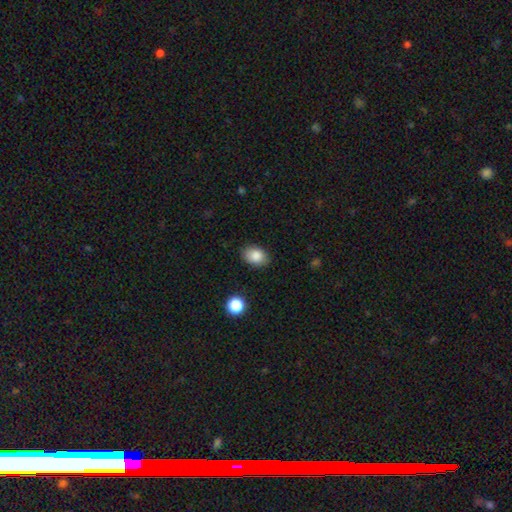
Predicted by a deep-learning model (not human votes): Smooth or featured: smooth — 85% (star or artifact — 9%)
How rounded: in between — 76% (round — 23%)
Merging: none — 85% (minor disturbance — 11%)